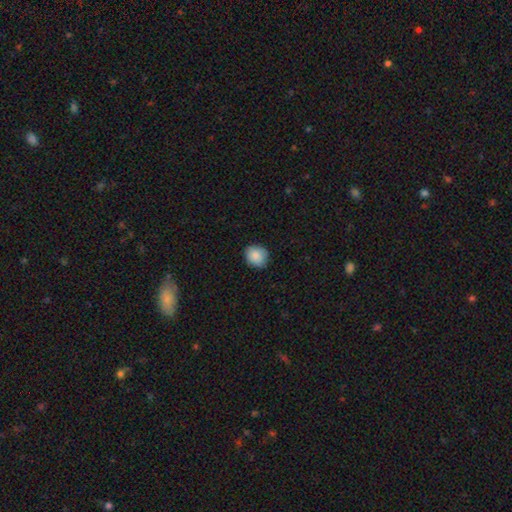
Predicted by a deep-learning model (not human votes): Q: Smooth or featured?
A: smooth (87%); runner-up: star or artifact (8%)
Q: How rounded?
A: round (73%); runner-up: in between (26%)
Q: Merging?
A: none (85%); runner-up: minor disturbance (12%)